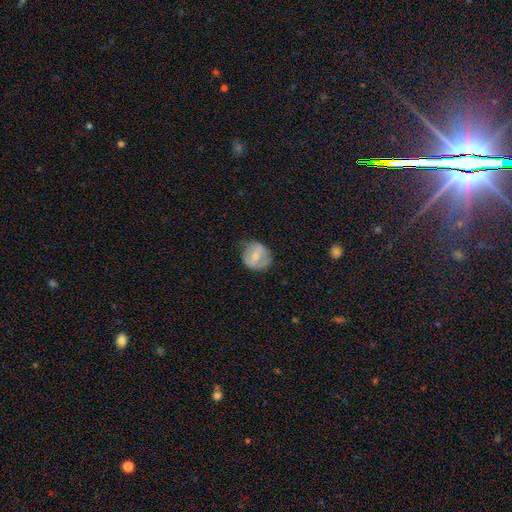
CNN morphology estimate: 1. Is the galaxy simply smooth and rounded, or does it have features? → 47% smooth, 46% featured or disk, 7% star or artifact.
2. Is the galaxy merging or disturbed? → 64% none, 26% minor disturbance, 9% major disturbance, 1% merger.